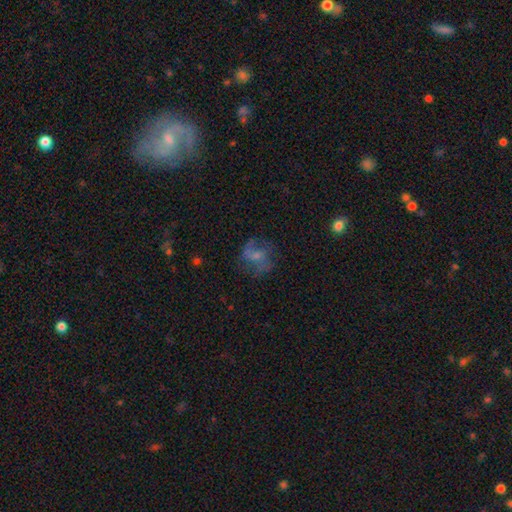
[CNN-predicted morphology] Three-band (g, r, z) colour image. It shows a featured or disk galaxy (49%). Merging: none (55%).